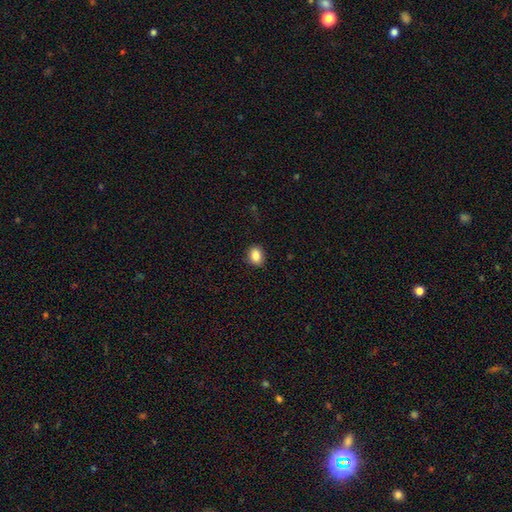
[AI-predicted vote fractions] Overall: smooth (86%). How rounded: in between (52%; round 47%). Merging: none (88%).